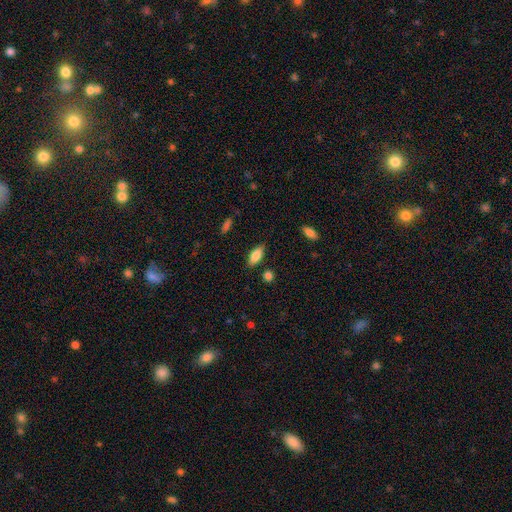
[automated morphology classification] smooth-or-featured: smooth: 84% | featured or disk: 9% | star or artifact: 7%
  how-rounded: in between: 82% | cigar-shaped: 16% | round: 2%
  merging: none: 82% | minor disturbance: 13% | major disturbance: 3% | merger: 2%